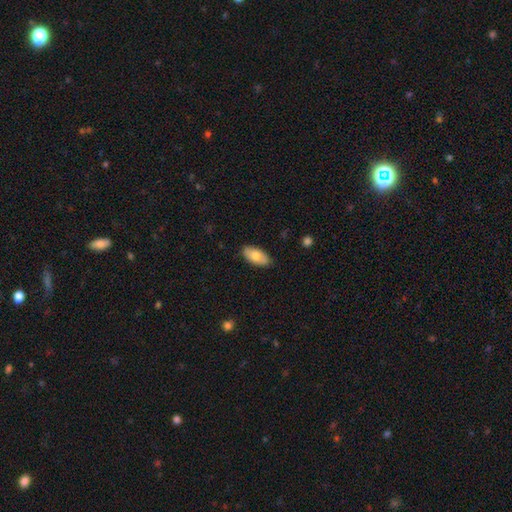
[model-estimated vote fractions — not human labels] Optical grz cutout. It shows a smooth galaxy with no disk features (74%) that is in between round and cigar-shaped (93%). Merging: none (84%).